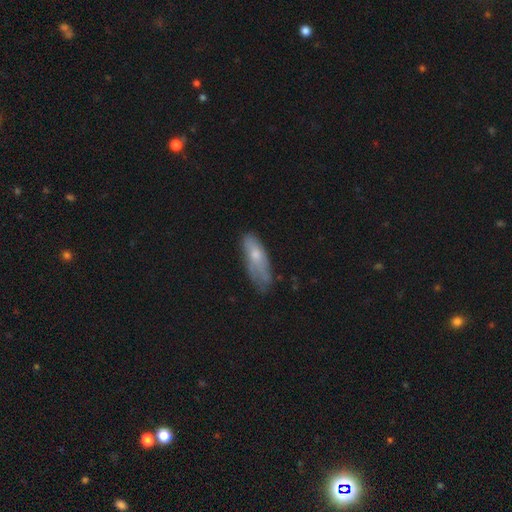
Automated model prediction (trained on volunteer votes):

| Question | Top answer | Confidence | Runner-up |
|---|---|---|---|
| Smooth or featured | smooth | 63% | featured or disk (29%) |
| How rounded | in between | 59% | cigar-shaped (39%) |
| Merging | none | 44% | minor disturbance (38%) |